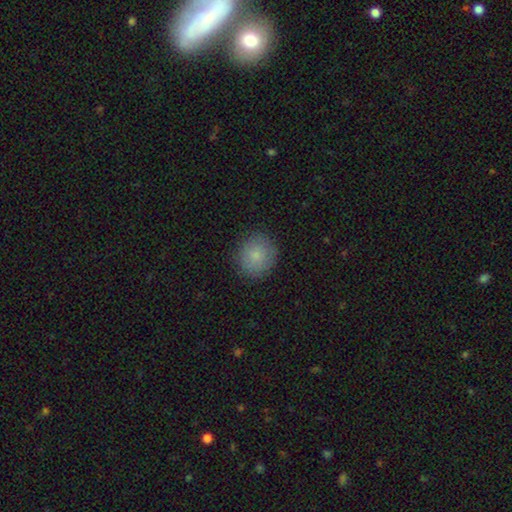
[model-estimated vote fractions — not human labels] Overall: smooth (84%). How rounded: round (87%). Merging: none (88%).